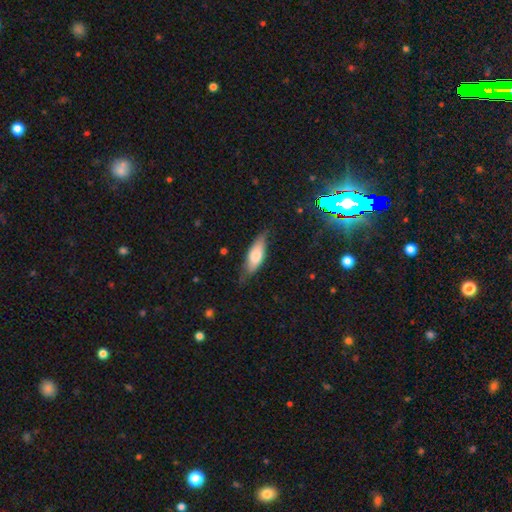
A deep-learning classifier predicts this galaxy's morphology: Q: Smooth or featured?
A: smooth (70%); runner-up: featured or disk (24%)
Q: How rounded?
A: in between (64%); runner-up: cigar-shaped (34%)
Q: Merging?
A: none (70%); runner-up: minor disturbance (23%)